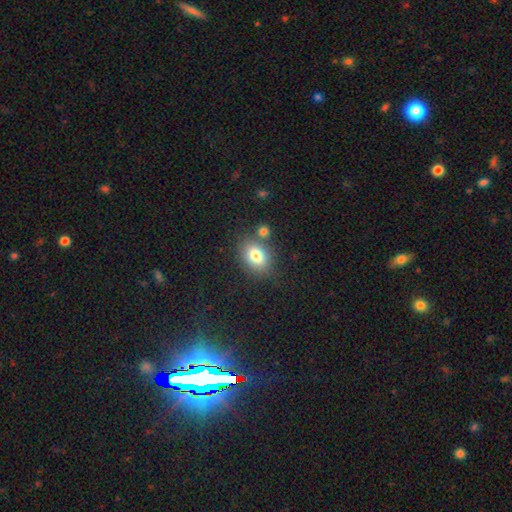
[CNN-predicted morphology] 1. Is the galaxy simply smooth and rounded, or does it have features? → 79% smooth, 11% featured or disk, 10% star or artifact.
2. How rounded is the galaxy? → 72% in between, 27% round, 1% cigar-shaped.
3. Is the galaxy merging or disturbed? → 69% none, 15% merger, 13% minor disturbance, 4% major disturbance.